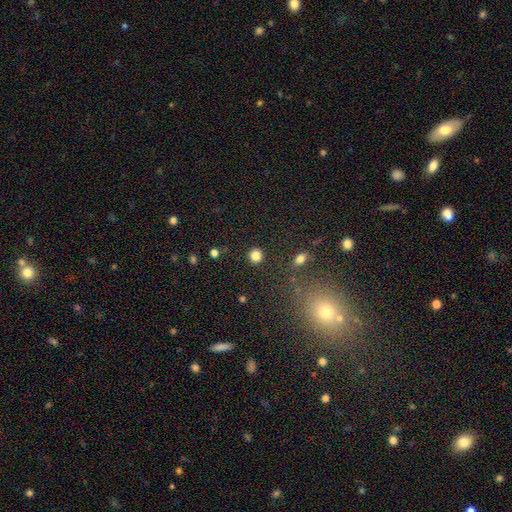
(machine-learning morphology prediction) type=smooth (83%); roundness=round (91%); merging=none (91%).